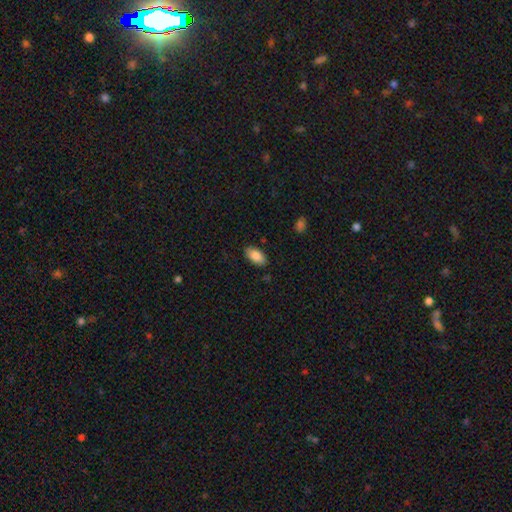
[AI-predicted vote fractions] smooth_or_featured: smooth (p=0.86) [alt: featured or disk p=0.08]
how_rounded: in between (p=0.94) [alt: round p=0.03]
merging: none (p=0.86) [alt: minor disturbance p=0.11]